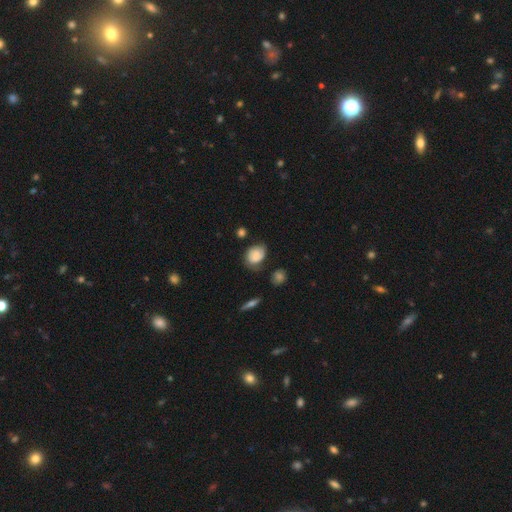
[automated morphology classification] Smooth or featured? Predicted: smooth (p=0.66). How rounded? Predicted: in between (p=0.55). Merging? Predicted: none (p=0.54).